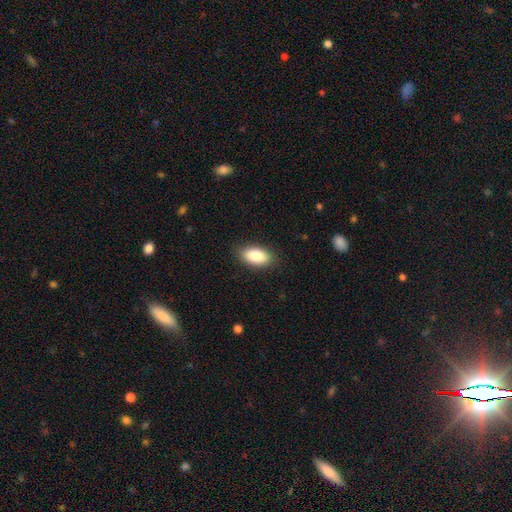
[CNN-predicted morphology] Smooth or featured?
  - smooth: 87% *
  - star or artifact: 7%
  - featured or disk: 7%
How rounded?
  - in between: 93% *
  - round: 4%
  - cigar-shaped: 4%
Merging?
  - none: 87% *
  - minor disturbance: 10%
  - major disturbance: 2%
  - merger: 1%